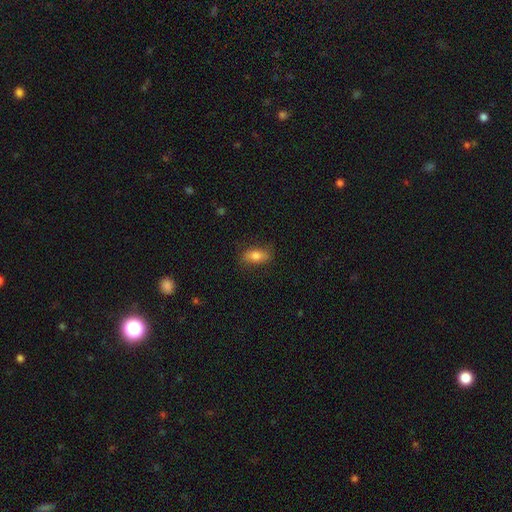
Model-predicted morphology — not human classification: The model was most divided on "smooth or featured": smooth: 74%, featured or disk: 18%, star or artifact: 8%. More confident: how rounded — in between (81%); merging — none (79%).